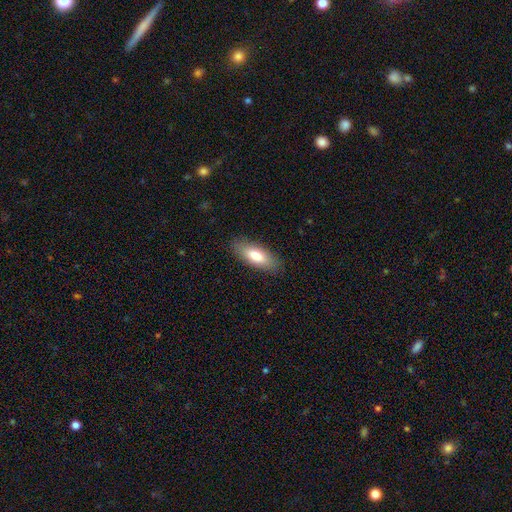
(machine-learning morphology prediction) Smooth or featured?
  - smooth: 79% *
  - featured or disk: 15%
  - star or artifact: 6%
How rounded?
  - in between: 74% *
  - cigar-shaped: 24%
  - round: 2%
Merging?
  - none: 87% *
  - minor disturbance: 10%
  - major disturbance: 2%
  - merger: 1%